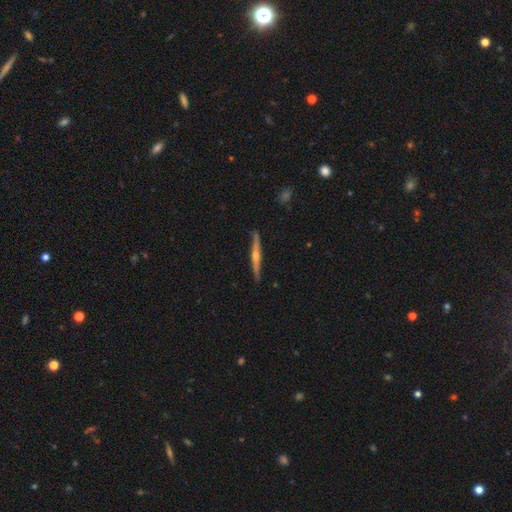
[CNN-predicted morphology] Smooth or featured? Predicted: featured or disk (p=0.78). Edge-on disk? Predicted: yes (p=0.98). Edge-on bulge? Predicted: rounded (p=0.85). Merging? Predicted: none (p=0.89).